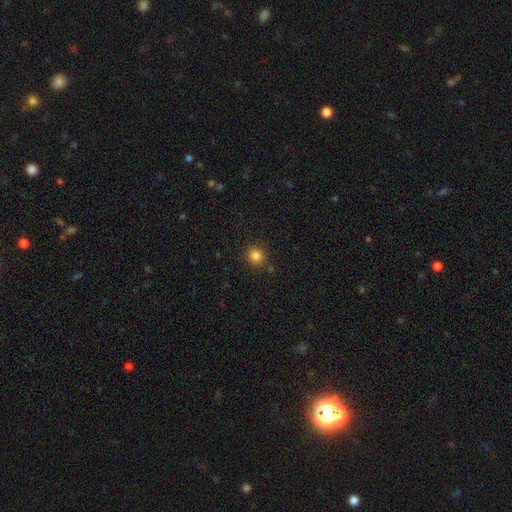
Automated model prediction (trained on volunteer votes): smooth_or_featured: smooth (p=0.84) [alt: star or artifact p=0.12]
how_rounded: round (p=0.85) [alt: in between p=0.15]
merging: none (p=0.86) [alt: minor disturbance p=0.09]